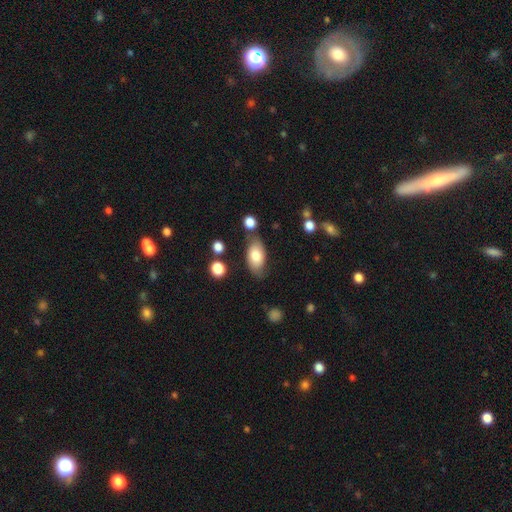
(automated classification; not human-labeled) Smooth or featured?
  - smooth: 76% *
  - featured or disk: 17%
  - star or artifact: 7%
How rounded?
  - in between: 92% *
  - round: 5%
  - cigar-shaped: 3%
Merging?
  - none: 70% *
  - minor disturbance: 19%
  - merger: 6%
  - major disturbance: 5%